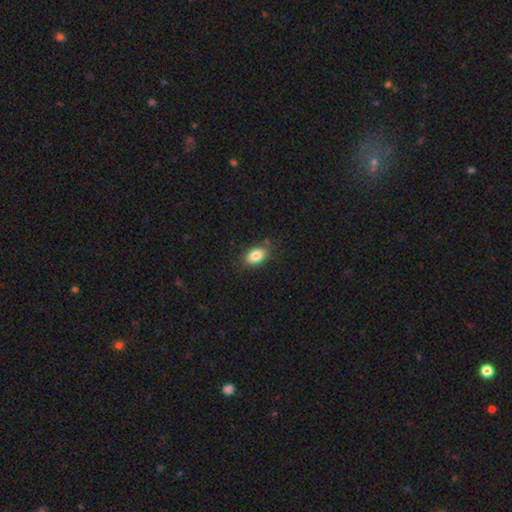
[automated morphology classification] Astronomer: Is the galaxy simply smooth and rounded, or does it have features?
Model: smooth — 83%.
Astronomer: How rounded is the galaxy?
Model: in between — 88%.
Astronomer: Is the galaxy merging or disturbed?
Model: none — 82%.